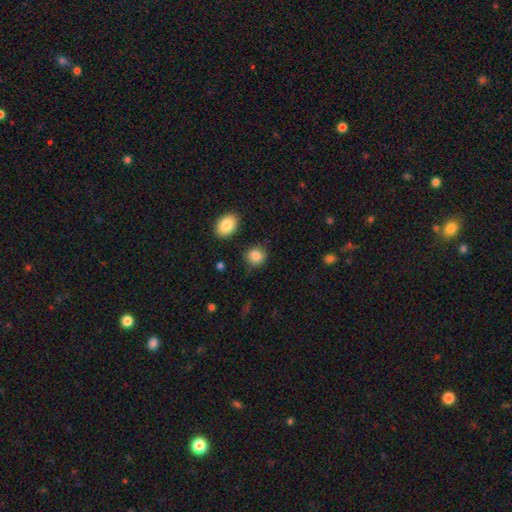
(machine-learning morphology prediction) This is clearly a smooth galaxy (86%). How rounded: clearly round (81%). Merging: clearly none (83%).